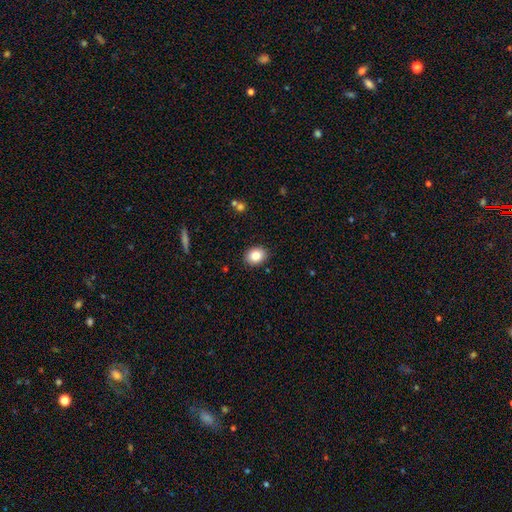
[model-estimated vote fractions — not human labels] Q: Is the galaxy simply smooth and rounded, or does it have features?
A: smooth — 85%.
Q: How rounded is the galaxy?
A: in between — 54%.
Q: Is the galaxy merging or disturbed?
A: none — 88%.